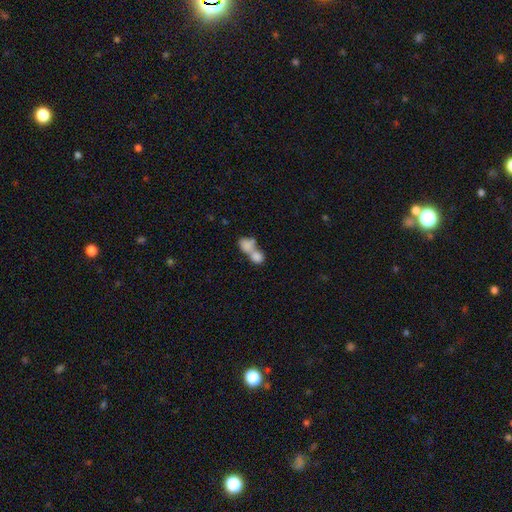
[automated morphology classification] The model was most divided on "how rounded": in between: 54%, round: 43%, cigar-shaped: 3%. More confident: smooth or featured — smooth (80%); merging — merger (74%).